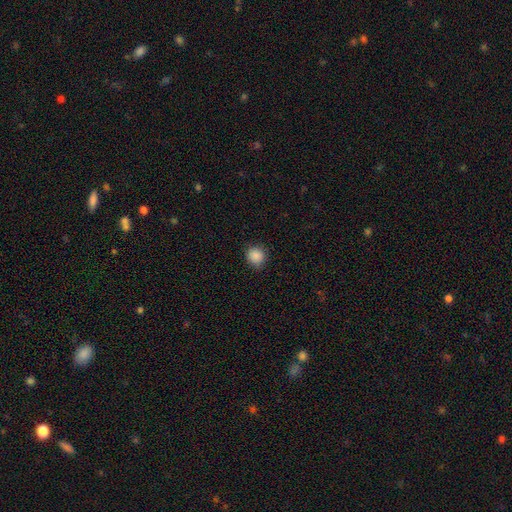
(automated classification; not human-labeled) Morphology: type=smooth (88%); roundness=round (86%); merging=none (86%).